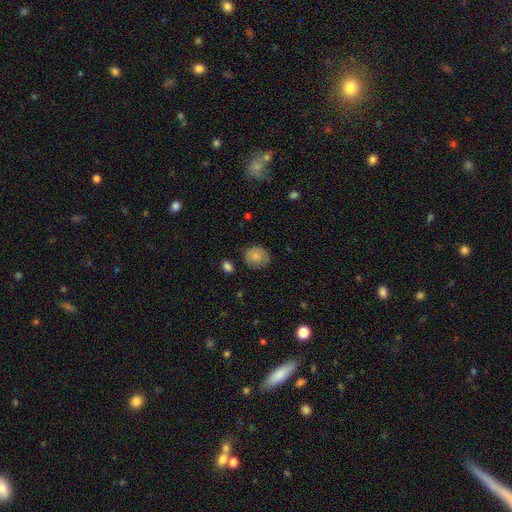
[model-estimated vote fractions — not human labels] A smooth galaxy with no disk features (81%) that is round (71%). Merging: none (73%).